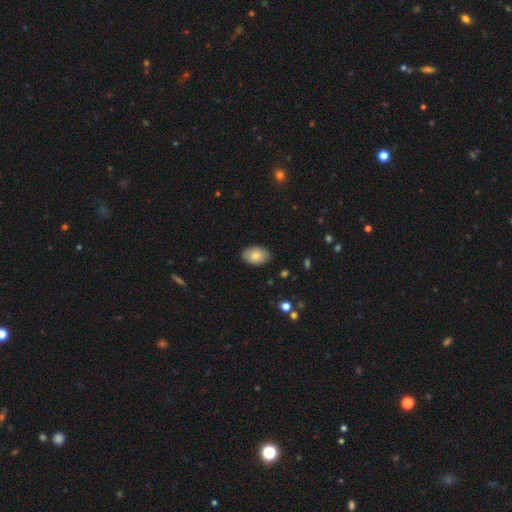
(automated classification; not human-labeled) Smooth or featured: smooth — 78% (featured or disk — 14%)
How rounded: in between — 85% (round — 13%)
Merging: none — 85% (minor disturbance — 12%)